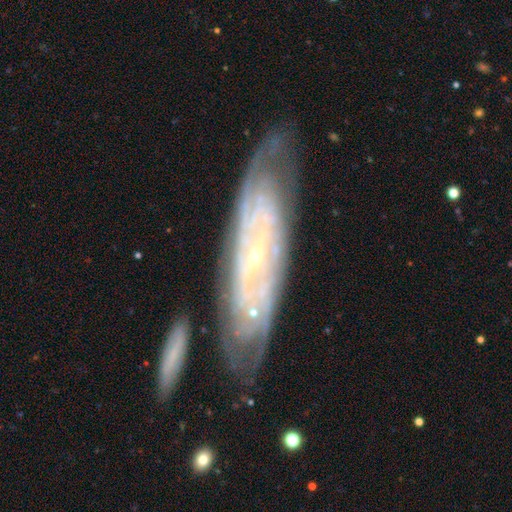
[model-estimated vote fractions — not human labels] This is clearly a featured or disk galaxy (86%). It is clearly not viewed edge-on (83%). Bar: possibly no (48%). Spiral arm pattern: clearly yes (94%). Spiral arm count: possibly can't tell (47%). Spiral winding: likely tight (72%). Central bulge: clearly small (85%). Merging: likely none (69%).